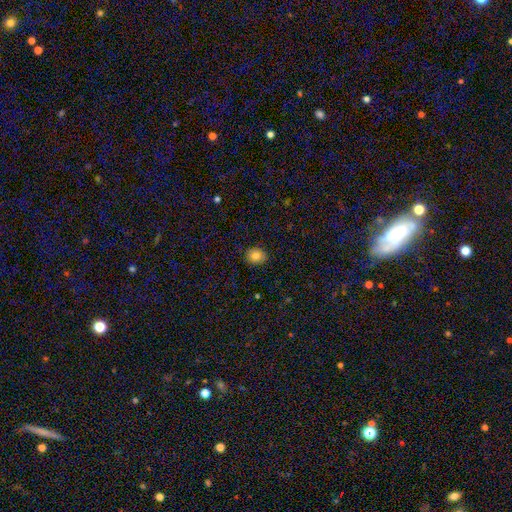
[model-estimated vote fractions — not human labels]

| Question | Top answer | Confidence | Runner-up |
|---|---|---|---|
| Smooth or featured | smooth | 82% | star or artifact (10%) |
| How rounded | round | 54% | in between (45%) |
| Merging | none | 88% | minor disturbance (9%) |